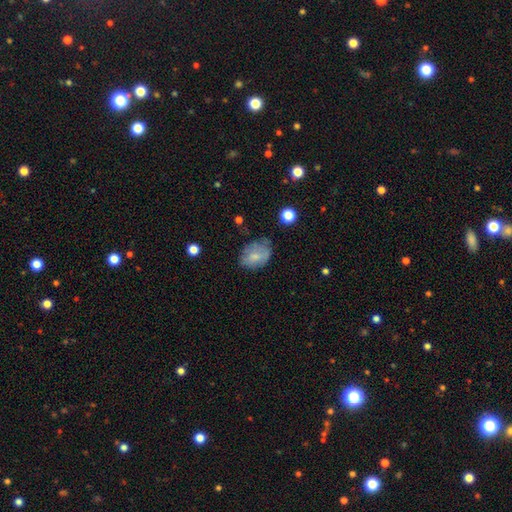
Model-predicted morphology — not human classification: Q: Smooth or featured?
A: smooth (68%); runner-up: featured or disk (23%)
Q: How rounded?
A: in between (78%); runner-up: round (21%)
Q: Merging?
A: none (54%); runner-up: minor disturbance (31%)